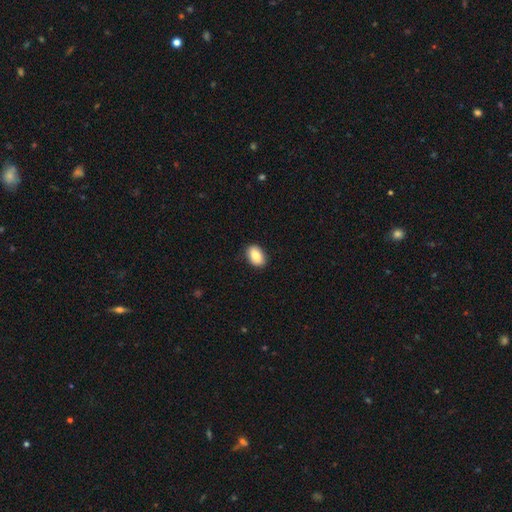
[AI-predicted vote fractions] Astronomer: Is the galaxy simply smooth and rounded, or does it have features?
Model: smooth — 87%.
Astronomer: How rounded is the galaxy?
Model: in between — 89%.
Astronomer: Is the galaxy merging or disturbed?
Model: none — 88%.